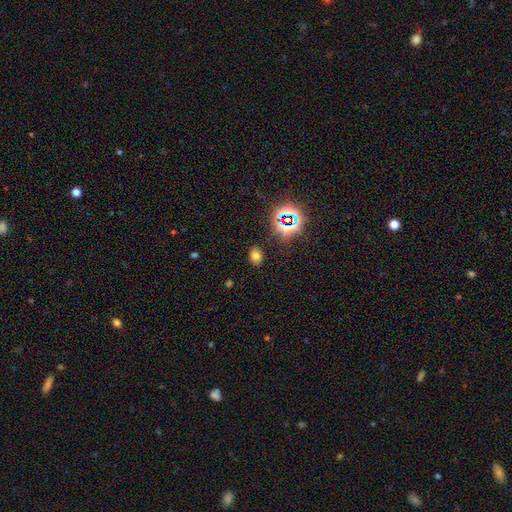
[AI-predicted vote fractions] smooth_or_featured: smooth (p=0.64) [alt: star or artifact p=0.28]
how_rounded: in between (p=0.63) [alt: round p=0.36]
merging: none (p=0.84) [alt: minor disturbance p=0.11]